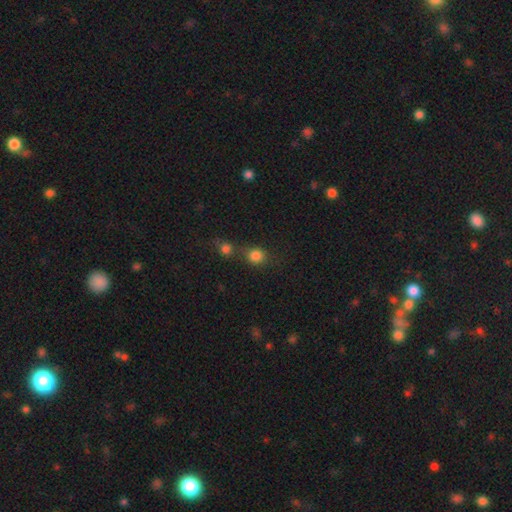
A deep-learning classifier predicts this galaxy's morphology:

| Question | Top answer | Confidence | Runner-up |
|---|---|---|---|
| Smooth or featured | smooth | 81% | star or artifact (13%) |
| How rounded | round | 84% | in between (15%) |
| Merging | none | 49% | merger (37%) |